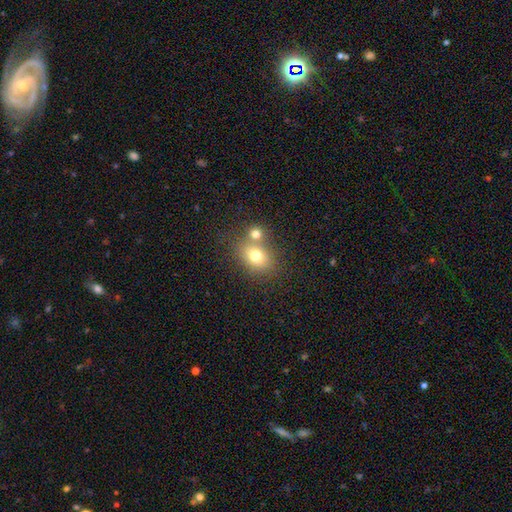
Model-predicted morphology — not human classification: Overall: smooth (74%). How rounded: in between (53%; round 46%). Merging: none (52%; merger 35%).